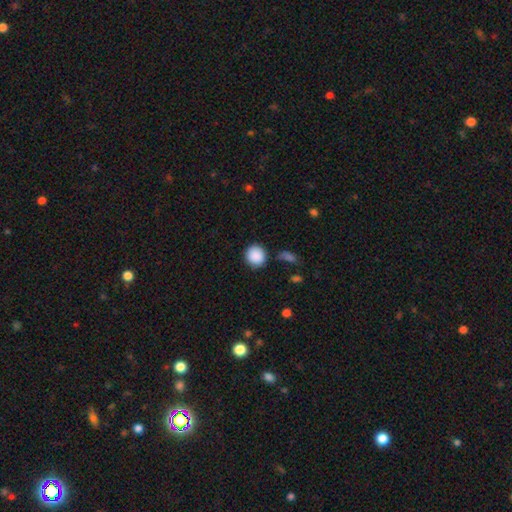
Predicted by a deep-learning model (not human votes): This appears to be a smooth galaxy with no disk features (89%) that is round (90%). Merging: none (82%).